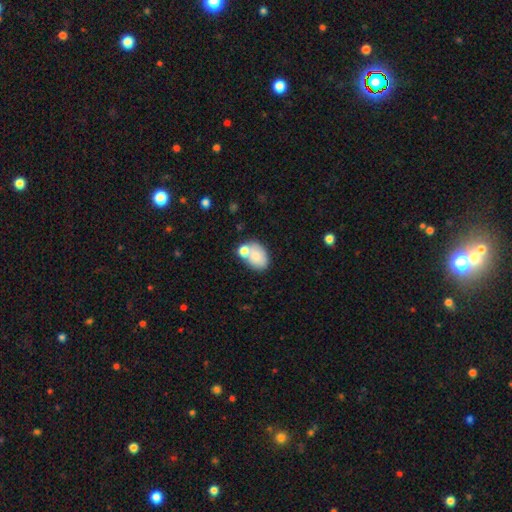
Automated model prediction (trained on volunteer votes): The model was most divided on "merging": none: 50%, merger: 29%, minor disturbance: 15%, major disturbance: 5%. More confident: how rounded — in between (81%); smooth or featured — smooth (78%).